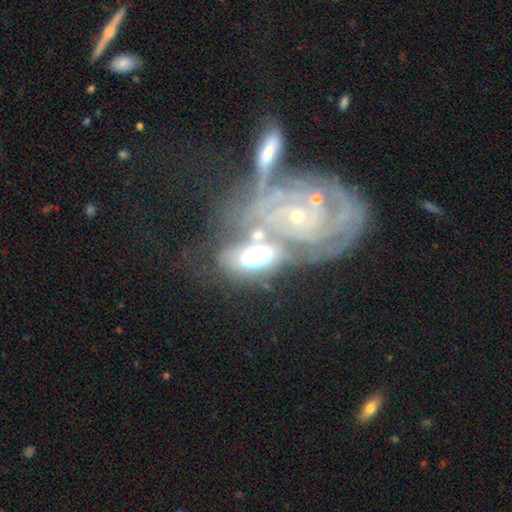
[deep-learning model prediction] This appears to be a featured or disk galaxy (59%) with no bar (71%), spiral arms (65%) and a moderate central bulge (40%). Merging: merger (52%).